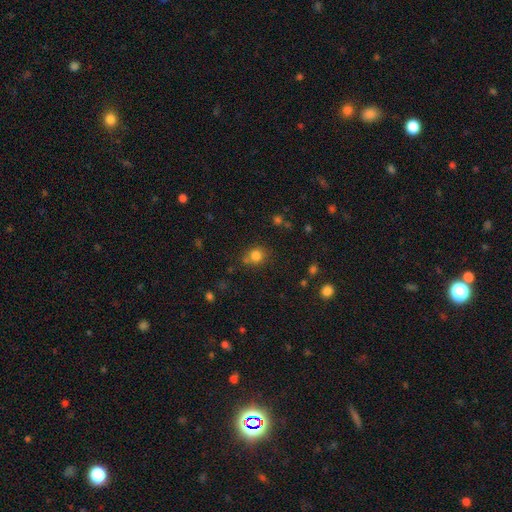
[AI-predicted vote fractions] smooth-or-featured: smooth: 81% | star or artifact: 13% | featured or disk: 6%
  how-rounded: round: 80% | in between: 20% | cigar-shaped: 1%
  merging: none: 69% | minor disturbance: 15% | merger: 12% | major disturbance: 5%